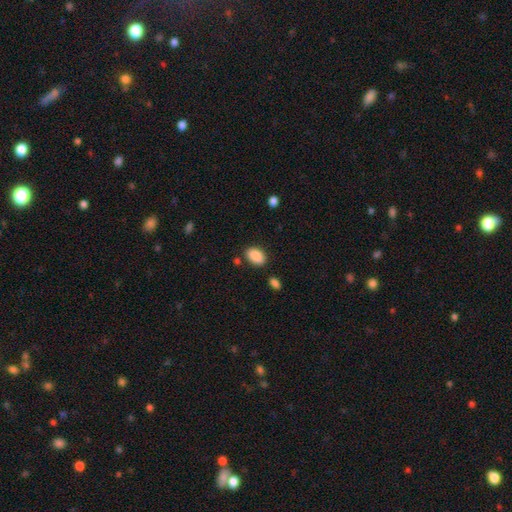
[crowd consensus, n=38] smooth 95%, featured or disk 3%, star or artifact 3%. Down the decision tree: how rounded — in between (81%); merging — none (89%).